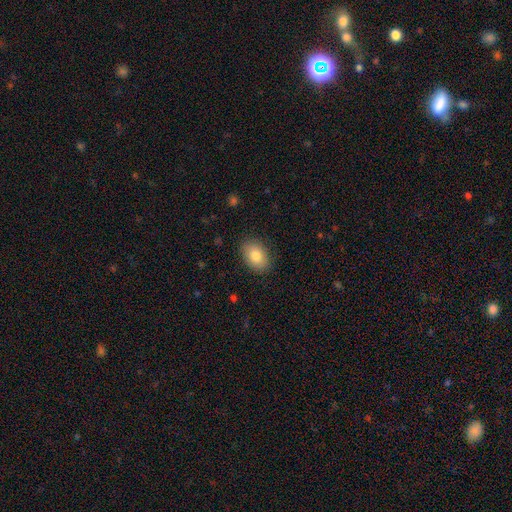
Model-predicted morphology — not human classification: This appears to be a smooth galaxy with no disk features (83%) that is in between round and cigar-shaped (85%). Merging: none (87%).